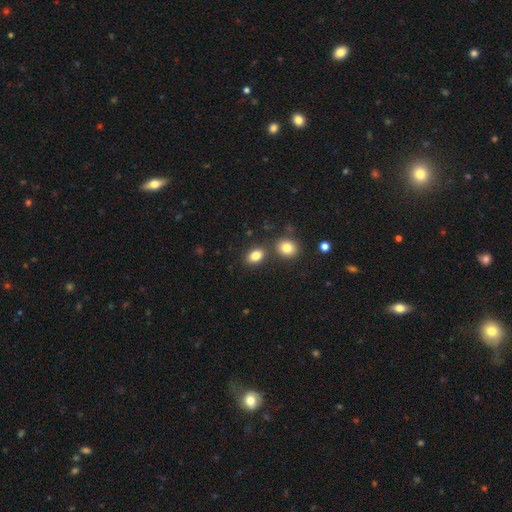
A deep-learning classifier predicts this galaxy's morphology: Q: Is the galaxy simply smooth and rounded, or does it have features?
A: smooth — 83%.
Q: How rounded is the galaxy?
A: in between — 76%.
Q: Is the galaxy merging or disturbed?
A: none — 73%.